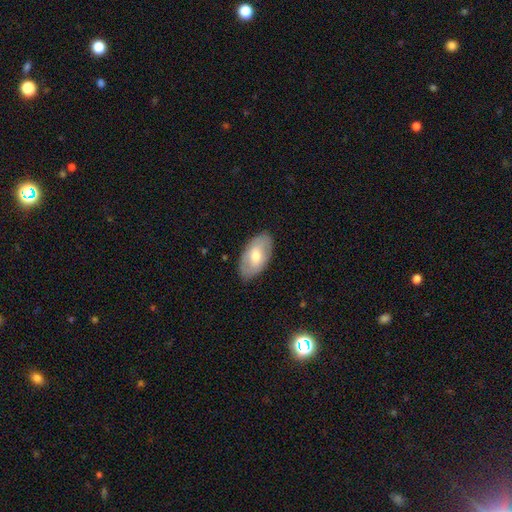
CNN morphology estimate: smooth_or_featured: smooth (p=0.59) [alt: featured or disk p=0.36]
how_rounded: in between (p=0.94) [alt: round p=0.04]
merging: none (p=0.81) [alt: minor disturbance p=0.15]